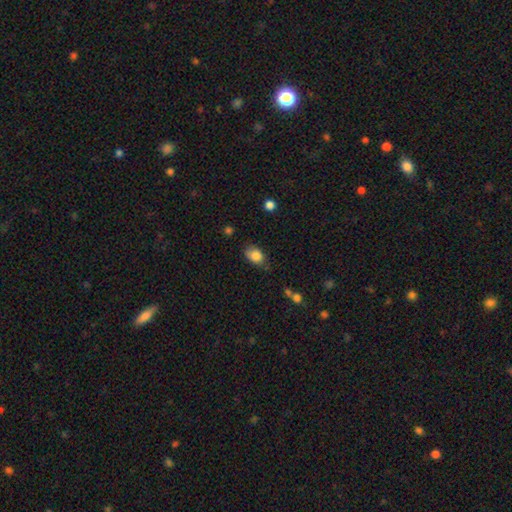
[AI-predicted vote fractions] This is clearly a smooth galaxy (84%). How rounded: likely in between (76%). Merging: likely none (66%).